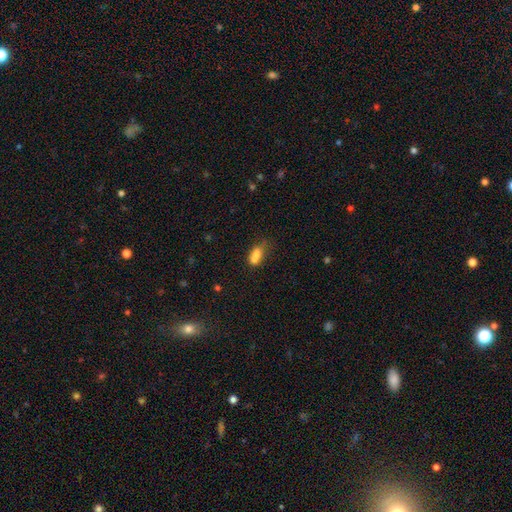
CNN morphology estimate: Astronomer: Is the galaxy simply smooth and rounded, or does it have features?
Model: smooth — 74%.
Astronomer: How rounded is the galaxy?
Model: in between — 76%.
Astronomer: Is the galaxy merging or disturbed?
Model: merger — 32% (runner-up: none, 30%).